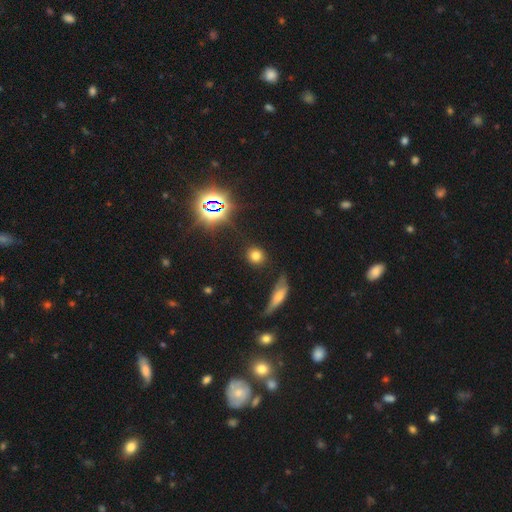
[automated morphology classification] Overall: smooth (72%). How rounded: round (85%). Merging: none (85%).